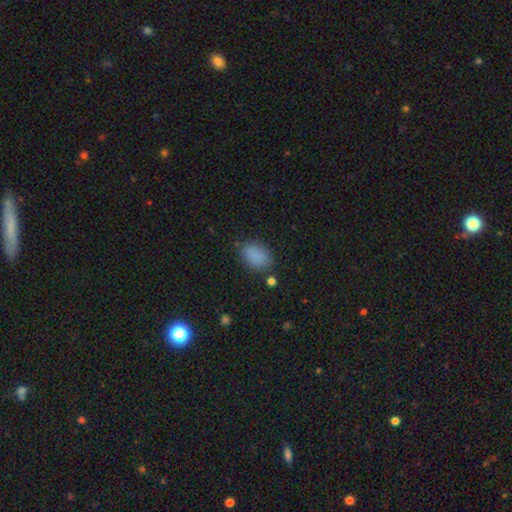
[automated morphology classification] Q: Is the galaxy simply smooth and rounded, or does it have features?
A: smooth — 85%.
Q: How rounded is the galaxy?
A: in between — 81%.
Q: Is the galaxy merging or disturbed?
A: none — 78%.